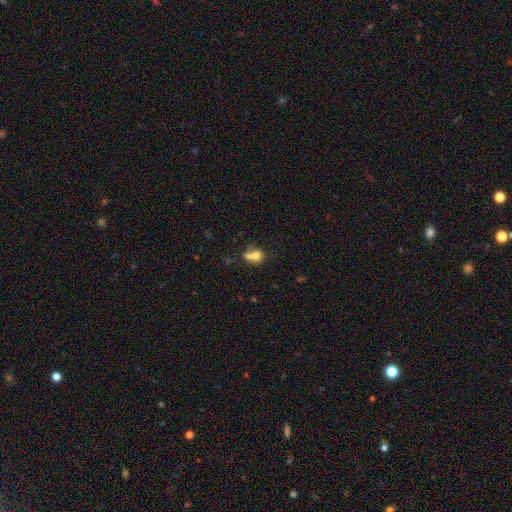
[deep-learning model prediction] Smooth or featured?
  - smooth: 72% *
  - featured or disk: 17%
  - star or artifact: 12%
How rounded?
  - round: 71% *
  - in between: 28%
  - cigar-shaped: 1%
Merging?
  - merger: 54% *
  - none: 33%
  - minor disturbance: 9%
  - major disturbance: 4%